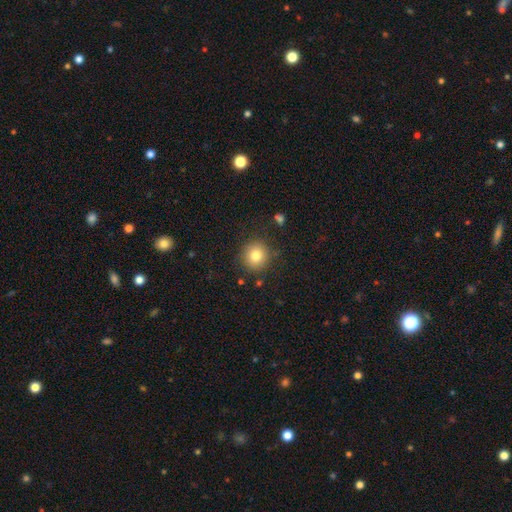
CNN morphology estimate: A smooth galaxy with no disk features (80%) that is round (92%). Merging: none (87%).